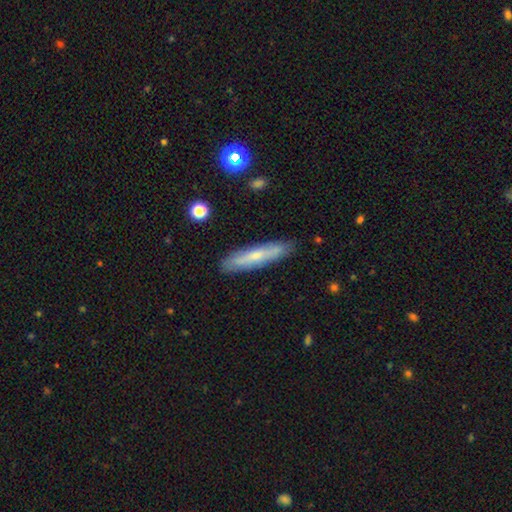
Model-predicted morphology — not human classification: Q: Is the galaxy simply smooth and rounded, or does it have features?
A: smooth — 57%.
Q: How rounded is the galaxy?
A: cigar-shaped — 87%.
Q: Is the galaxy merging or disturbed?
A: none — 87%.